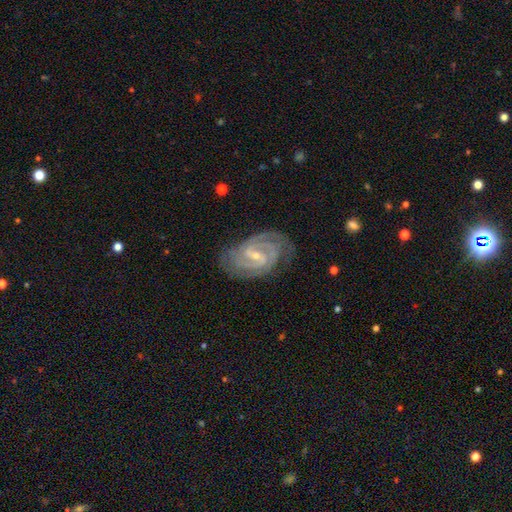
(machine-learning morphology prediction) The model was most divided on "bar": weak: 50%, strong: 34%, no: 17%. More confident: spiral arms — yes (98%); edge-on disk — no (97%); smooth or featured — featured or disk (91%); merging — none (78%); bulge size — small (70%); spiral winding — tight (61%); spiral arm count — 2 (56%).